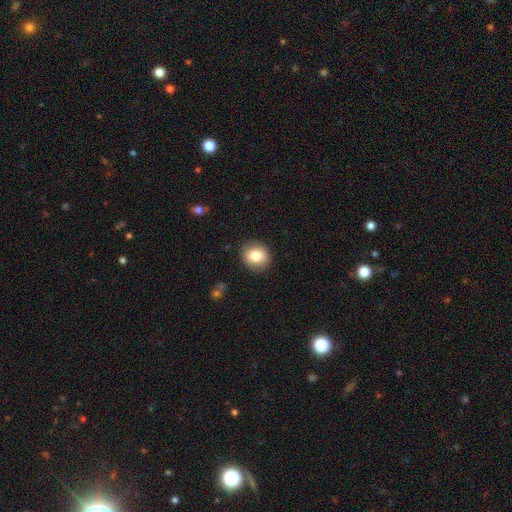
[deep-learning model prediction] Overall: smooth (81%). How rounded: round (82%). Merging: none (89%).